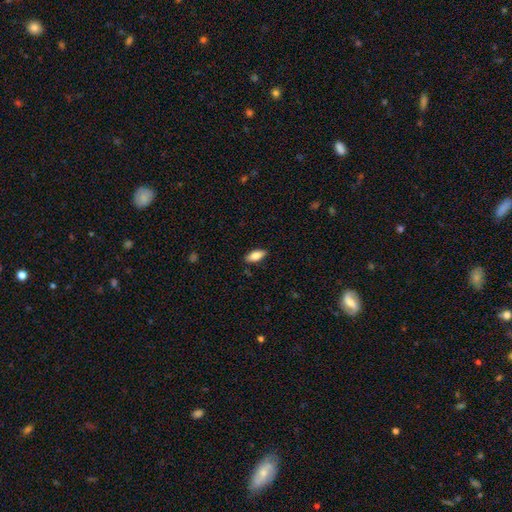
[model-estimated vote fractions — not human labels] This is clearly a smooth galaxy (83%). How rounded: clearly in between (86%). Merging: clearly none (87%).